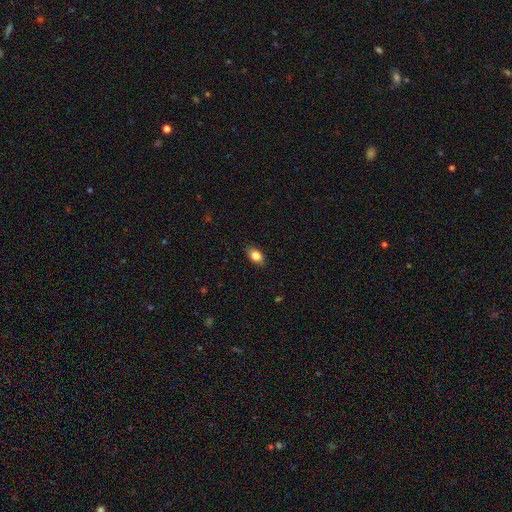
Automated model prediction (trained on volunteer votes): Overall: smooth (83%). How rounded: in between (84%). Merging: none (86%).